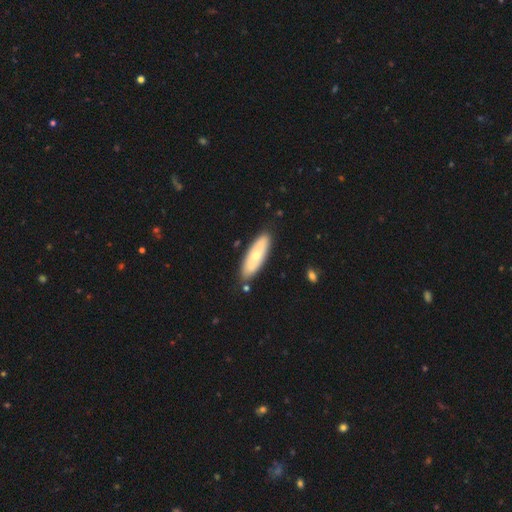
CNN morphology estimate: This is possibly a smooth galaxy (52%). How rounded: possibly in between (57%). Merging: clearly none (85%).